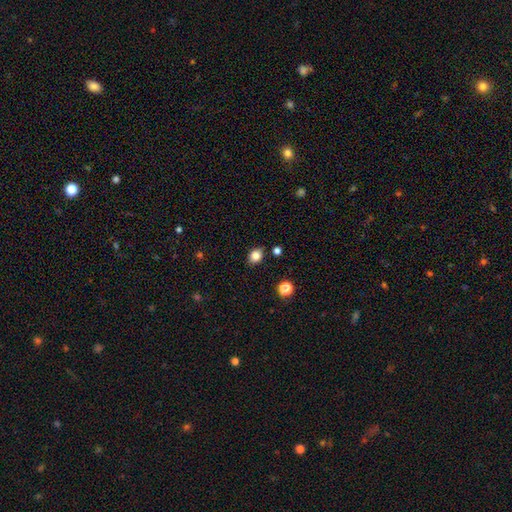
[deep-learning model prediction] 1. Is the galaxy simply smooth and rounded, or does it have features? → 83% smooth, 11% star or artifact, 6% featured or disk.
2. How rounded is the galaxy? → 52% in between, 47% round, 1% cigar-shaped.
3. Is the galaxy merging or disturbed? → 83% none, 12% minor disturbance, 3% major disturbance, 2% merger.